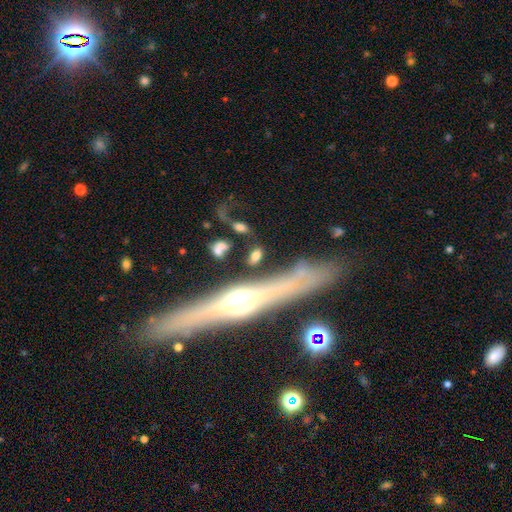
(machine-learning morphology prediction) A smooth galaxy with no disk features (60%) that is in between round and cigar-shaped (71%). Merging: none (64%).